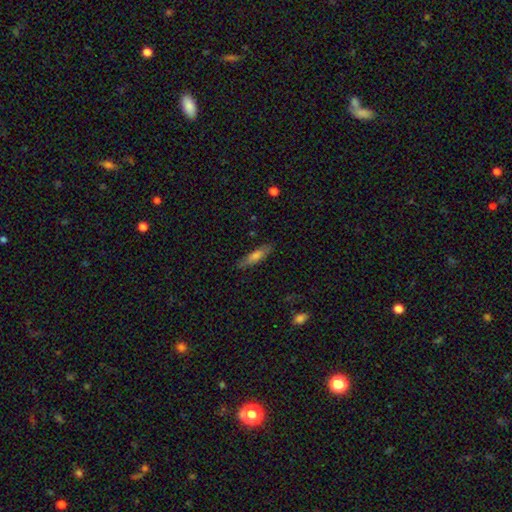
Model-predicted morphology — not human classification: Smooth or featured? Predicted: smooth (p=0.67). How rounded? Predicted: cigar-shaped (p=0.73). Merging? Predicted: none (p=0.84).